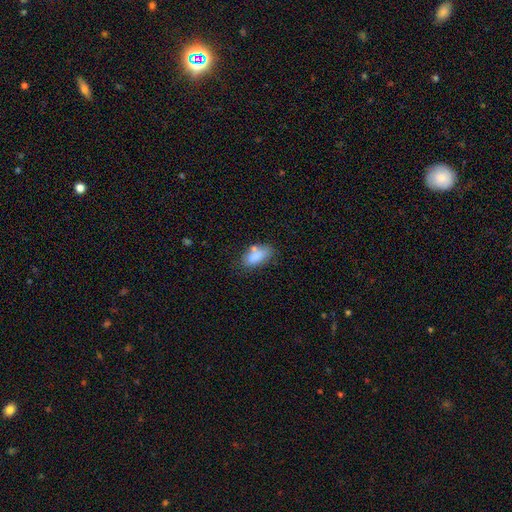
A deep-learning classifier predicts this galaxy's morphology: Smooth or featured? smooth (80%)
How rounded? in between (89%)
Merging? none (56%)